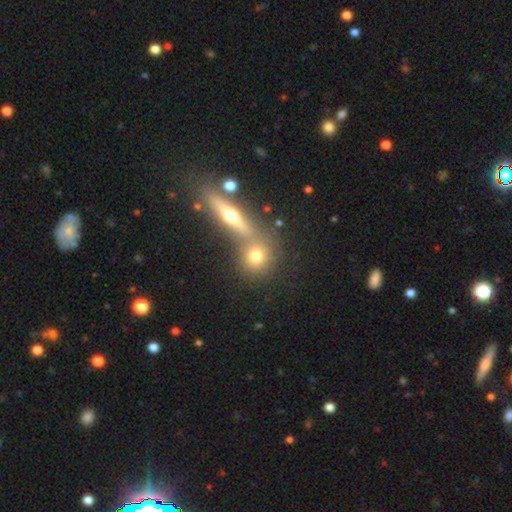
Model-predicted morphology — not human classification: Q: Smooth or featured?
A: smooth (65%); runner-up: featured or disk (21%)
Q: How rounded?
A: round (81%); runner-up: in between (15%)
Q: Merging?
A: none (55%); runner-up: merger (33%)